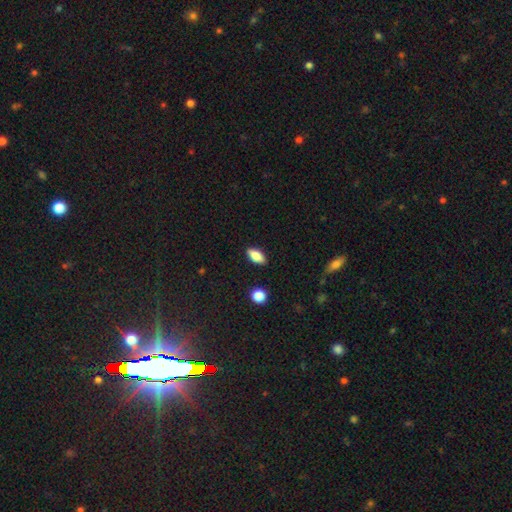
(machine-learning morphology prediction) A smooth galaxy with no disk features (82%) that is in between round and cigar-shaped (87%).

Vote fractions:
- Smooth or featured? smooth: 82% / featured or disk: 10% / star or artifact: 8%
- How rounded? in between: 87% / cigar-shaped: 9% / round: 4%
- Merging? none: 87% / minor disturbance: 9% / major disturbance: 2% / merger: 2%